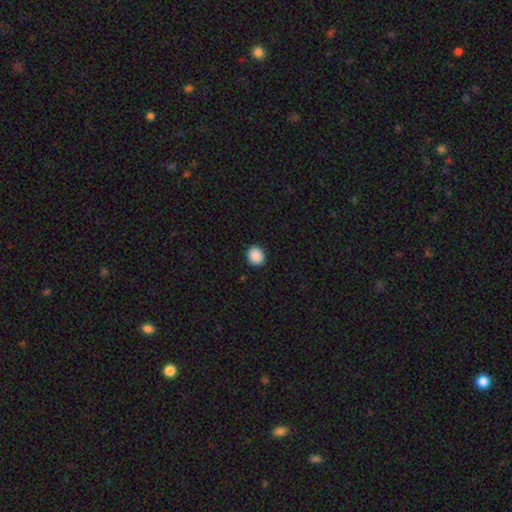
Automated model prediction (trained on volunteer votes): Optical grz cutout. It shows a smooth galaxy with no disk features (89%) that is round (76%). Merging: none (91%).